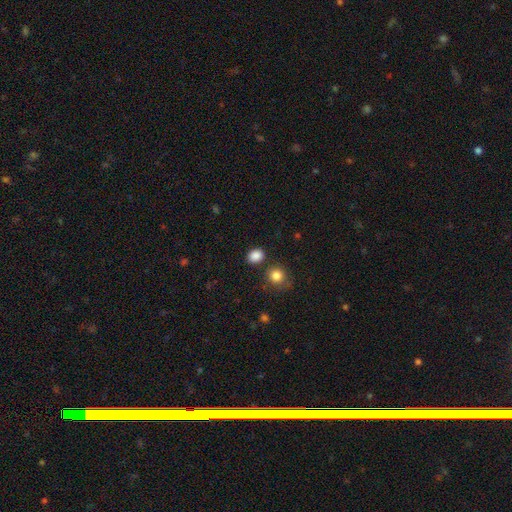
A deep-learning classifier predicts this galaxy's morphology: Smooth or featured?
  - smooth: 87% *
  - star or artifact: 10%
  - featured or disk: 3%
How rounded?
  - round: 54% *
  - in between: 45%
  - cigar-shaped: 1%
Merging?
  - none: 80% *
  - minor disturbance: 10%
  - merger: 7%
  - major disturbance: 3%